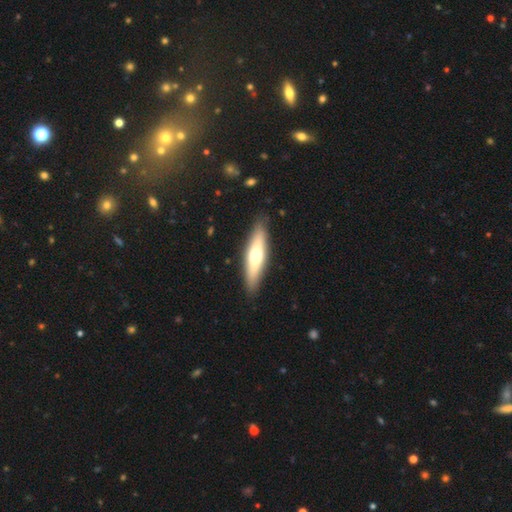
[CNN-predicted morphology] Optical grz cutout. It shows a smooth galaxy with no disk features (54%) that is cigar-shaped (70%). Merging: none (88%).